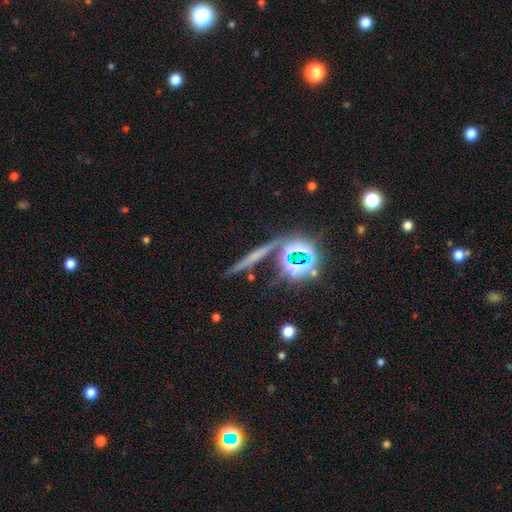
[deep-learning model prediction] A featured or disk galaxy (36%). Merging: none (79%).